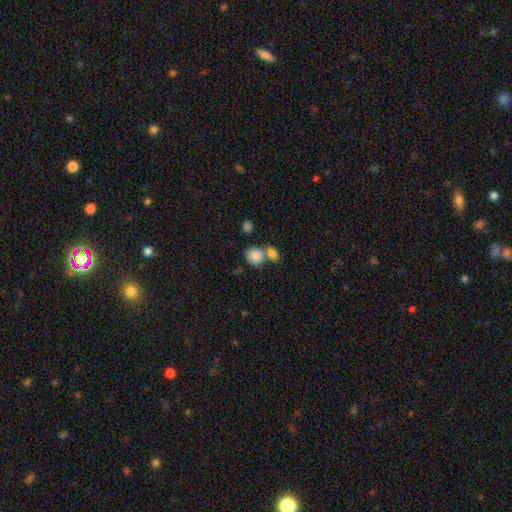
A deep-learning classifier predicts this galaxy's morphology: This is clearly a smooth galaxy (85%). How rounded: likely round (67%). Merging: marginally merger (43%, tied with none).